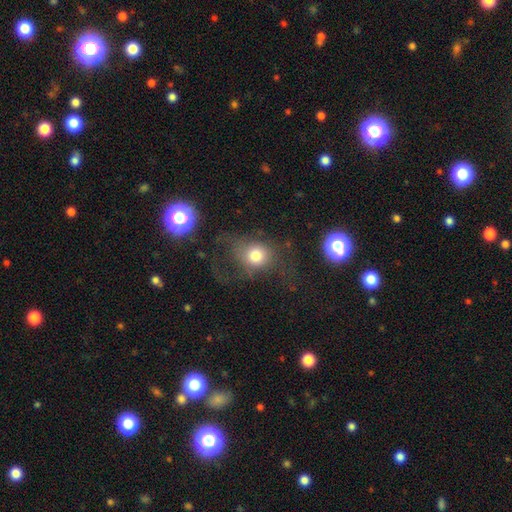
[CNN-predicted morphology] This is likely a smooth galaxy (67%). How rounded: likely round (69%). Merging: marginally none (40%).